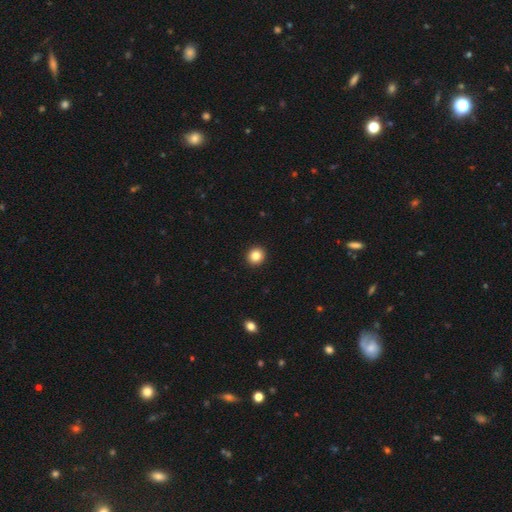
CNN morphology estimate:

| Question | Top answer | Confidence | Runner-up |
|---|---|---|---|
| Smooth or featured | smooth | 84% | star or artifact (10%) |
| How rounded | round | 91% | in between (8%) |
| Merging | none | 93% | minor disturbance (4%) |